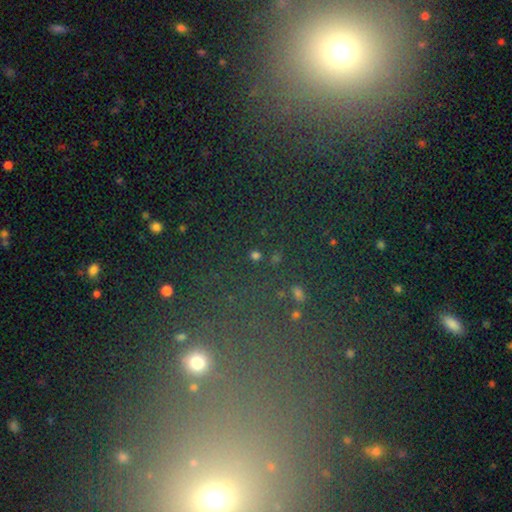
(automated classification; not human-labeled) A smooth galaxy with no disk features (46%). Merging: none (78%).